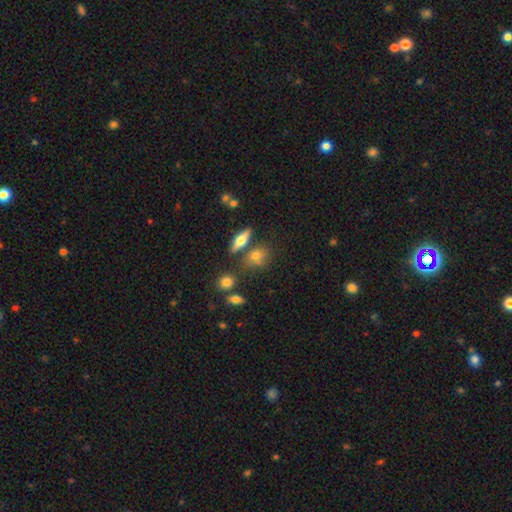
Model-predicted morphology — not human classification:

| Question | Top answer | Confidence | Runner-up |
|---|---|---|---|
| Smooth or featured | smooth | 68% | featured or disk (21%) |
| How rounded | in between | 53% | round (36%) |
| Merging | none | 64% | merger (17%) |